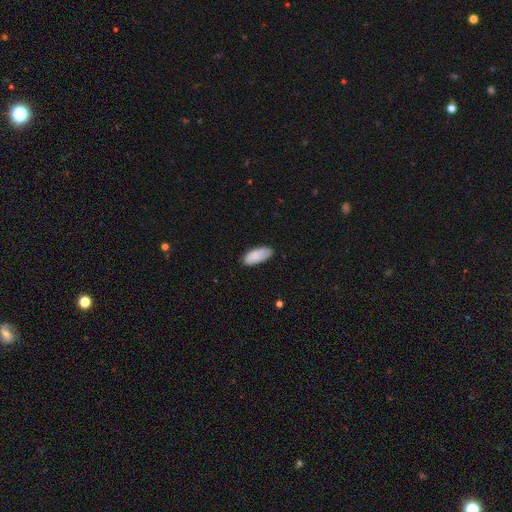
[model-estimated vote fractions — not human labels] Q: Smooth or featured?
A: smooth (85%); runner-up: featured or disk (9%)
Q: How rounded?
A: in between (87%); runner-up: cigar-shaped (11%)
Q: Merging?
A: none (80%); runner-up: minor disturbance (17%)